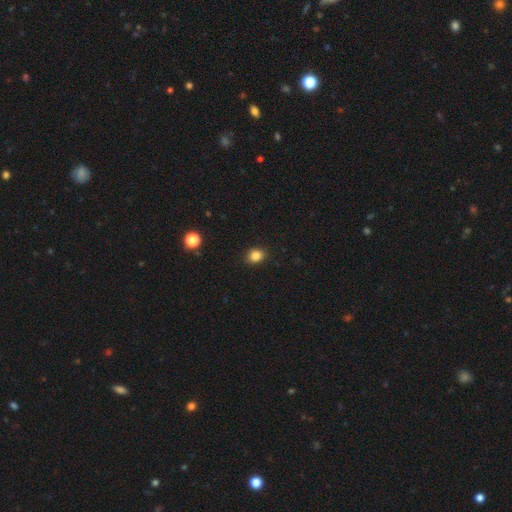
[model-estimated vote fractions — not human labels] Overall: smooth (85%). How rounded: round (65%; in between 34%). Merging: none (90%).